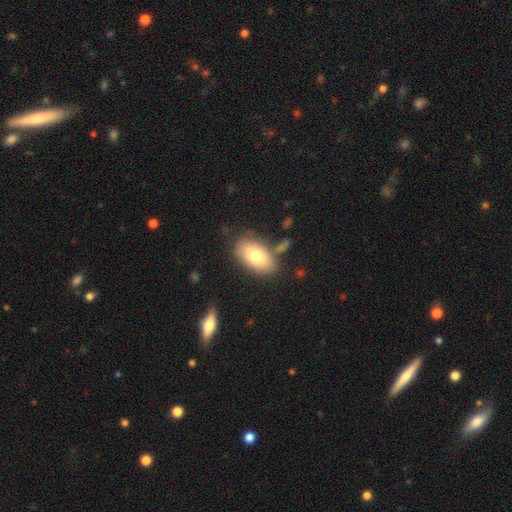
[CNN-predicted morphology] Smooth or featured? smooth (77%)
How rounded? in between (92%)
Merging? none (76%)